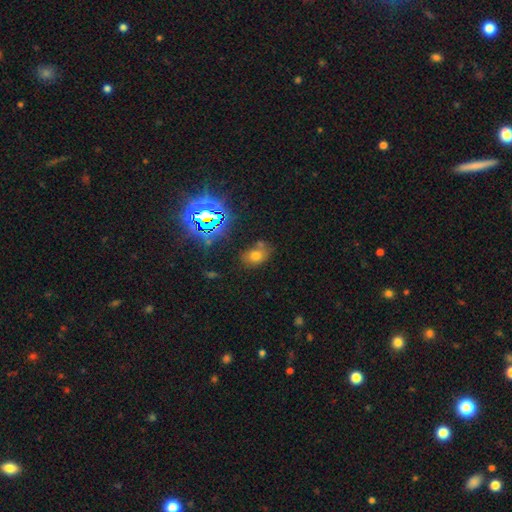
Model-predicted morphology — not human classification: smooth_or_featured: smooth (p=0.59) [alt: star or artifact p=0.28]
how_rounded: in between (p=0.66) [alt: round p=0.32]
merging: none (p=0.61) [alt: minor disturbance p=0.19]